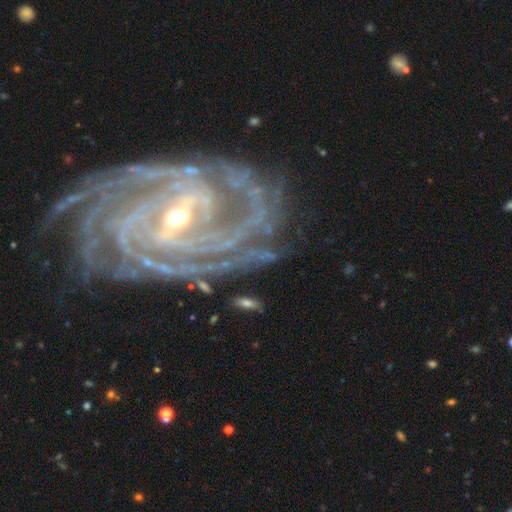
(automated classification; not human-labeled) The model was most divided on "spiral arm count": 4: 24%, 3: 21%, 2: 16%, more than 4: 16%, can't tell: 15%, 1: 8%. Remaining: spiral arms — yes (98%); edge-on disk — no (97%); smooth or featured — featured or disk (93%); merging — none (76%); spiral winding — tight (73%); bulge size — small (51%); bar — strong (45%).